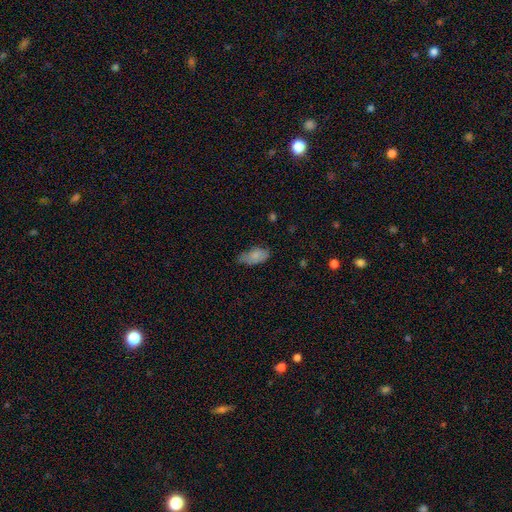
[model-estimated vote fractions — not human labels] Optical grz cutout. It shows a smooth galaxy with no disk features (79%) that is in between round and cigar-shaped (91%). Merging: none (55%).